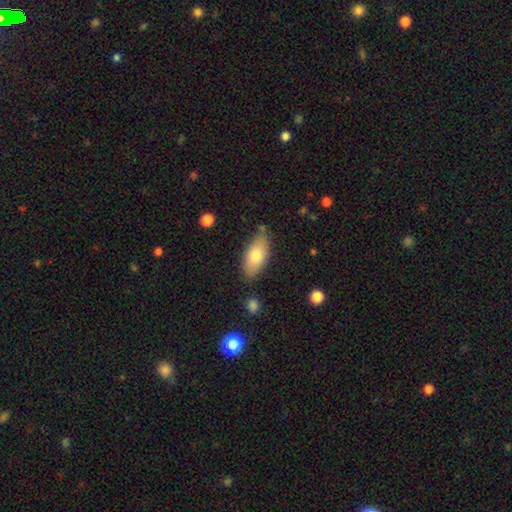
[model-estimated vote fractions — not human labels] Morphology: type=smooth (77%); roundness=in between (88%); merging=none (76%).